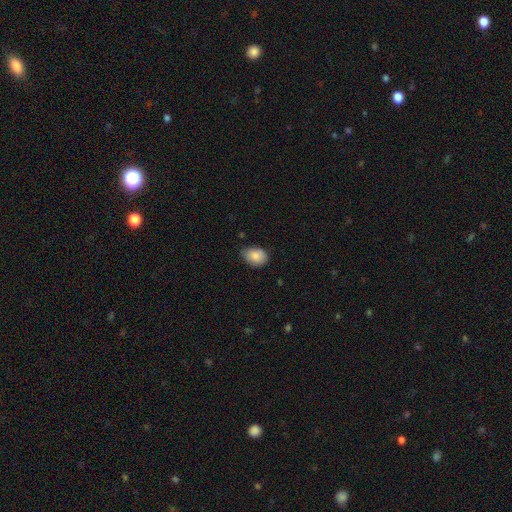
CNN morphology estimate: Smooth or featured?
  - smooth: 86% *
  - star or artifact: 7%
  - featured or disk: 7%
How rounded?
  - in between: 71% *
  - round: 28%
  - cigar-shaped: 1%
Merging?
  - none: 69% *
  - minor disturbance: 26%
  - major disturbance: 3%
  - merger: 1%